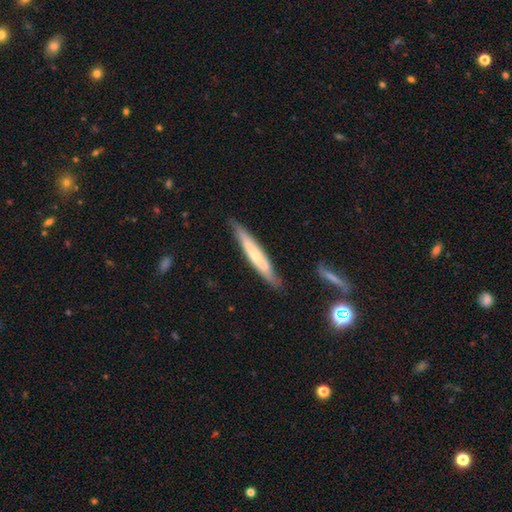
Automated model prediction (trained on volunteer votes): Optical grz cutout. It shows a smooth galaxy with no disk features (47%, tied with featured or disk). Merging: none (81%).